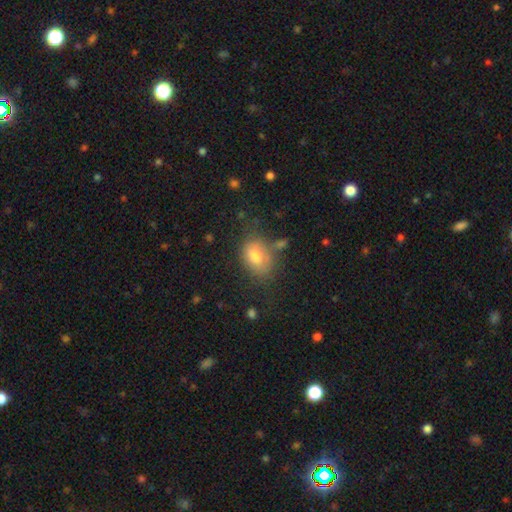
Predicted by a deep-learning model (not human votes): smooth-or-featured: smooth: 76% | featured or disk: 15% | star or artifact: 10%
  how-rounded: in between: 70% | round: 29% | cigar-shaped: 1%
  merging: none: 63% | minor disturbance: 21% | major disturbance: 8% | merger: 7%